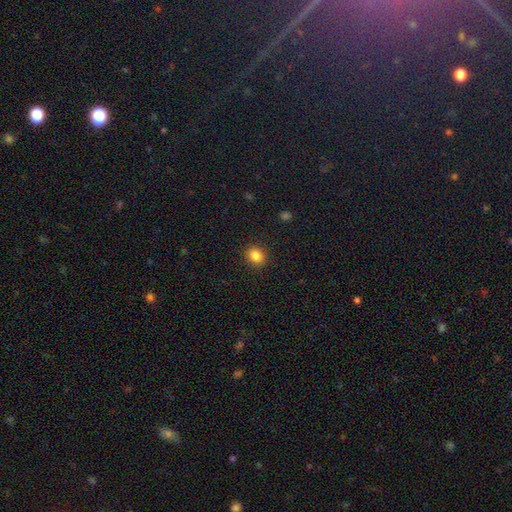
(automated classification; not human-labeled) Overall: smooth (85%). How rounded: round (59%; in between 40%). Merging: none (90%).